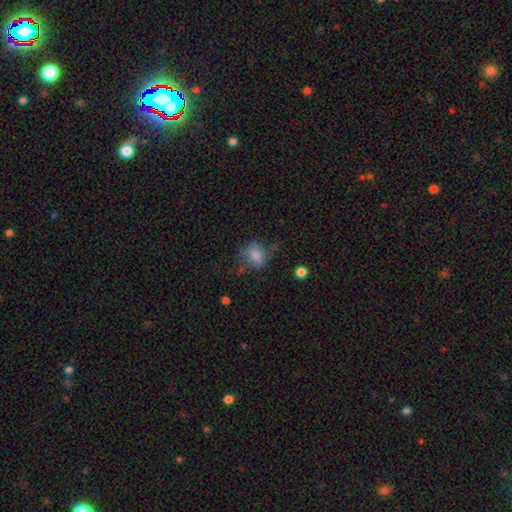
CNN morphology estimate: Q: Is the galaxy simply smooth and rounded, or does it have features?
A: smooth — 74%.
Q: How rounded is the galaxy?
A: in between — 51%.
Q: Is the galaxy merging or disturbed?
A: none — 51%.